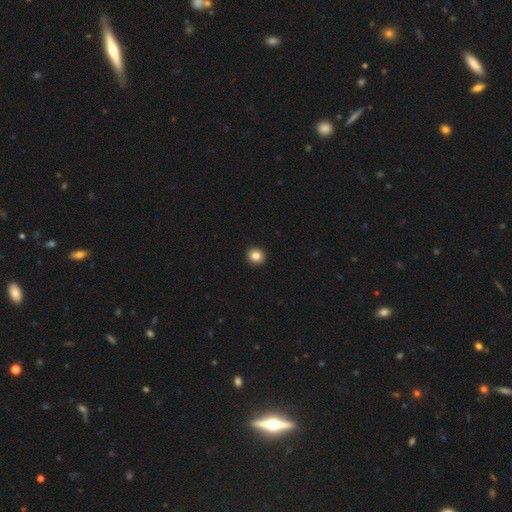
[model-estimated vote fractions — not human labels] A smooth galaxy with no disk features (85%) that is round (91%). Merging: none (94%).